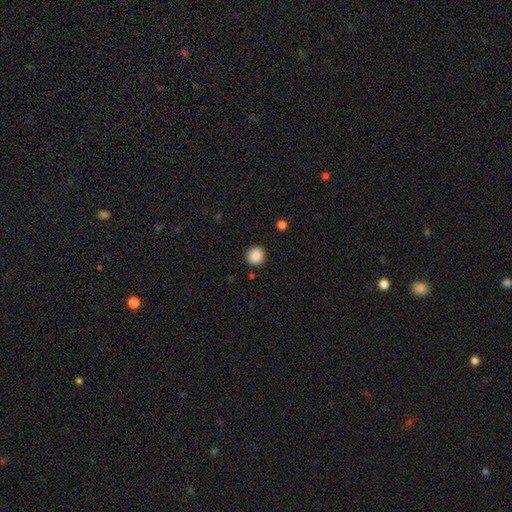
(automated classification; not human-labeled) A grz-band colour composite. It shows a smooth galaxy with no disk features (87%) that is round (91%). Merging: none (91%).